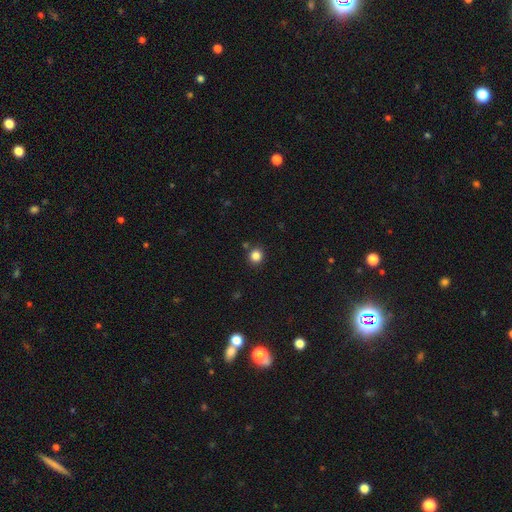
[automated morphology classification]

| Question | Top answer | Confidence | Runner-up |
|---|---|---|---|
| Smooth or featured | smooth | 84% | star or artifact (12%) |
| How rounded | round | 90% | in between (9%) |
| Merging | none | 86% | minor disturbance (7%) |